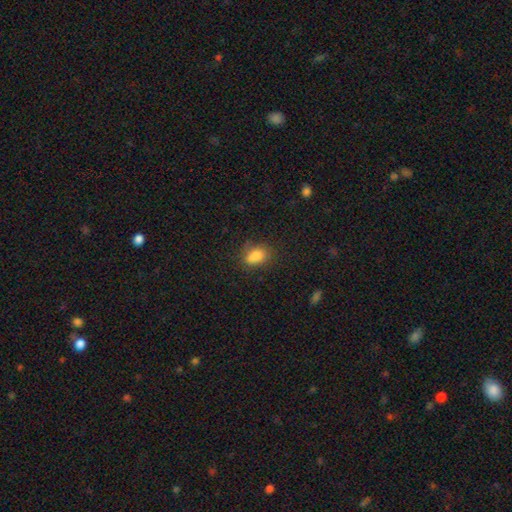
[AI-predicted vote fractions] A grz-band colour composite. It shows a smooth galaxy with no disk features (79%) that is in between round and cigar-shaped (70%). Merging: none (57%).